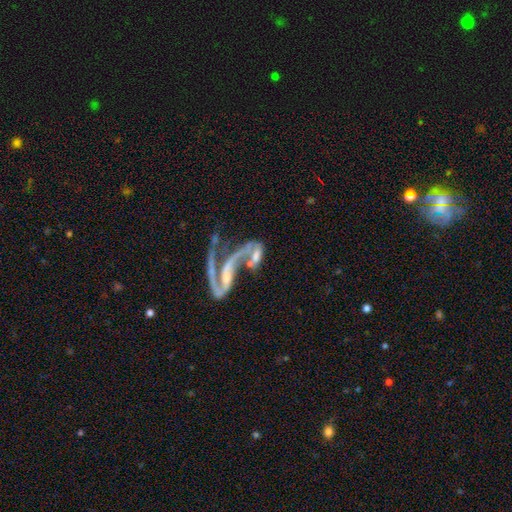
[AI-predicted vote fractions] This appears to be a featured or disk galaxy (65%) with no bar (59%), spiral arms (59%) and no central bulge (39%). Merging: merger (53%).